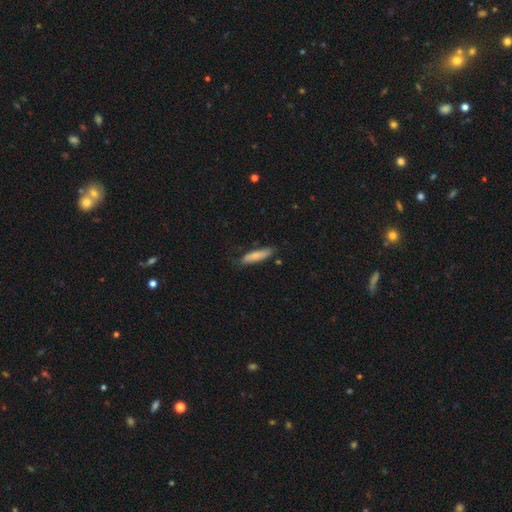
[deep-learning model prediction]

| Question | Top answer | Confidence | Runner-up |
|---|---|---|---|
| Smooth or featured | smooth | 80% | featured or disk (14%) |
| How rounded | cigar-shaped | 79% | in between (20%) |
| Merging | none | 78% | minor disturbance (17%) |